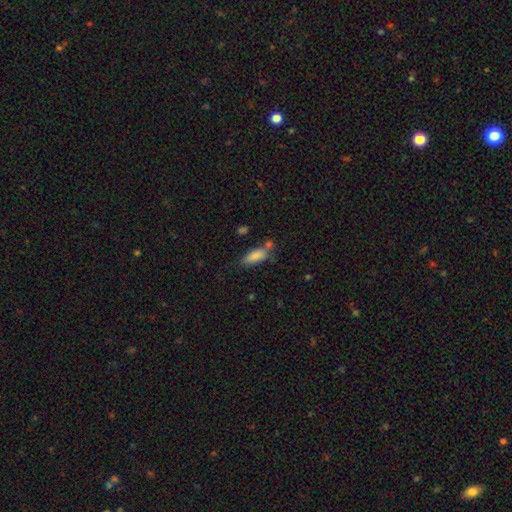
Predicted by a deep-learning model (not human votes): The model was most divided on "how rounded": in between: 67%, cigar-shaped: 31%, round: 2%. More confident: smooth or featured — smooth (83%); merging — none (59%).